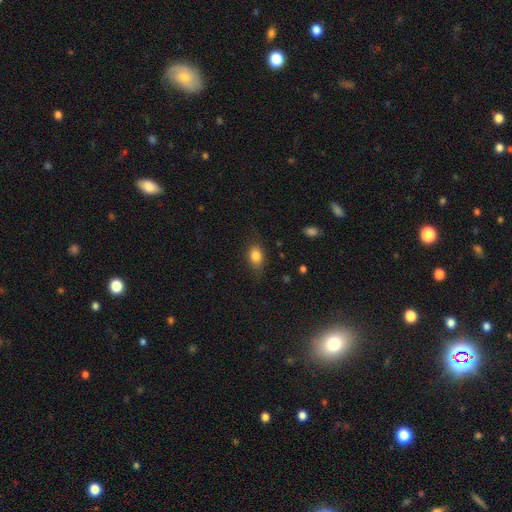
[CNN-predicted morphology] Smooth or featured: smooth — 83% (star or artifact — 9%)
How rounded: in between — 81% (round — 15%)
Merging: none — 74% (minor disturbance — 19%)